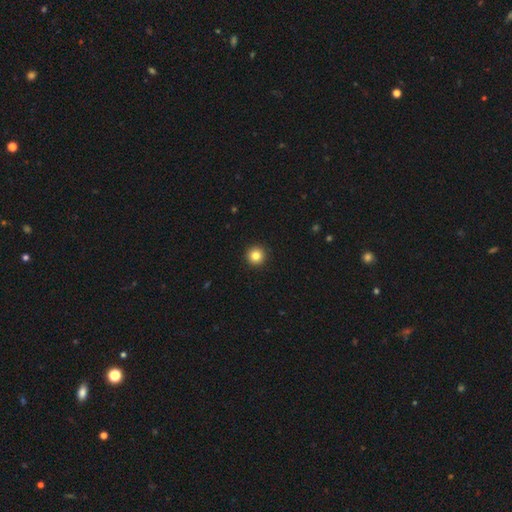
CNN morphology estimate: Smooth or featured: smooth — 83% (star or artifact — 11%)
How rounded: round — 96% (in between — 3%)
Merging: none — 94% (minor disturbance — 4%)